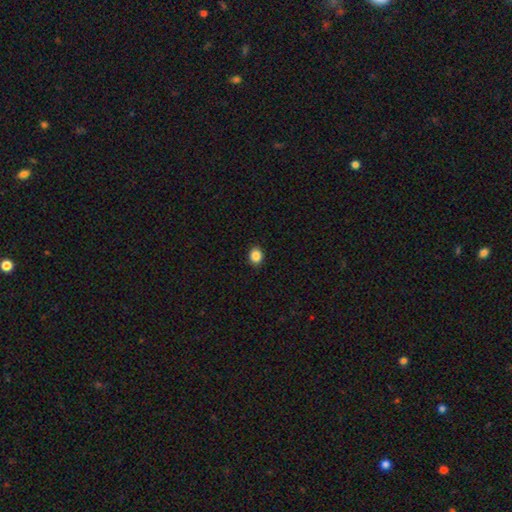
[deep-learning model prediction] A smooth galaxy with no disk features (87%) that is round (67%). Merging: none (91%).